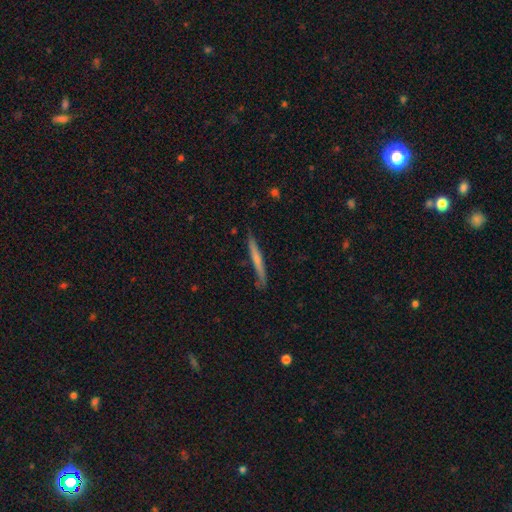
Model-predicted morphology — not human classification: Q: Smooth or featured?
A: smooth (49%); runner-up: featured or disk (45%)
Q: Merging?
A: none (82%); runner-up: minor disturbance (14%)